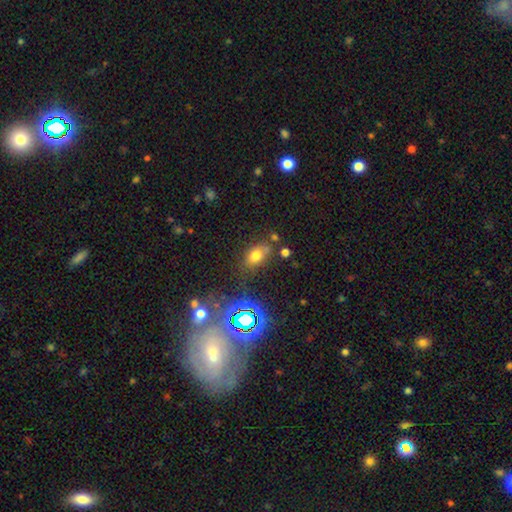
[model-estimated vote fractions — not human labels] Smooth or featured?
  - smooth: 67% *
  - star or artifact: 21%
  - featured or disk: 12%
How rounded?
  - in between: 80% *
  - round: 17%
  - cigar-shaped: 4%
Merging?
  - none: 67% *
  - minor disturbance: 18%
  - merger: 9%
  - major disturbance: 6%